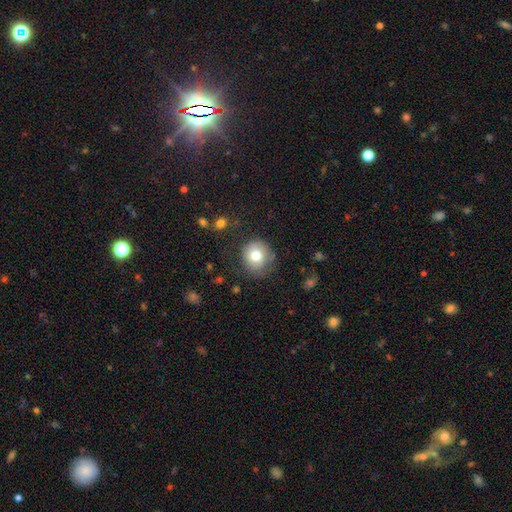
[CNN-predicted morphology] A smooth galaxy with no disk features (76%) that is round (89%). Merging: none (74%).